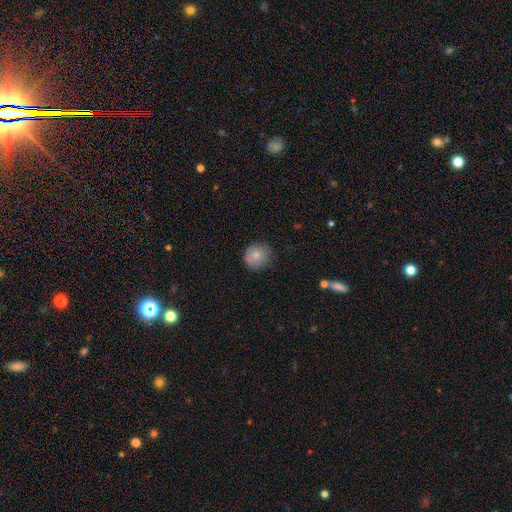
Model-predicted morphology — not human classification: type=smooth (82%); roundness=round (88%); merging=none (79%).